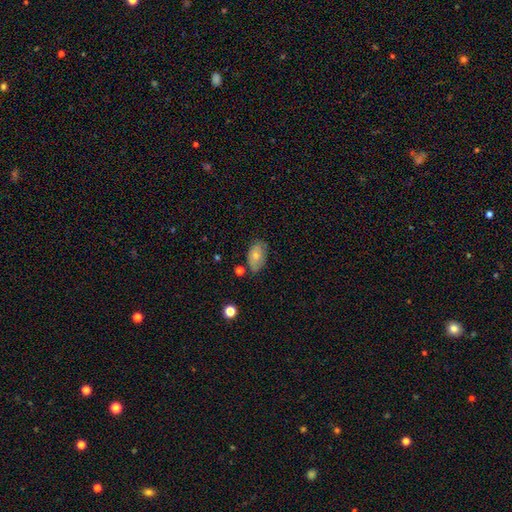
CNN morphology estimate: The model was most divided on "merging": none: 66%, minor disturbance: 25%, major disturbance: 5%, merger: 4%. More confident: how rounded — in between (91%); smooth or featured — smooth (67%).